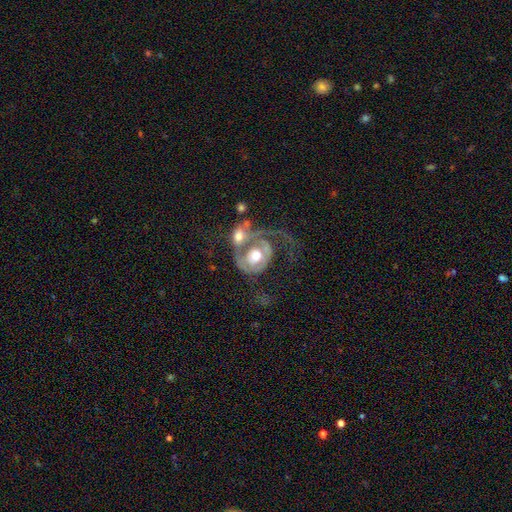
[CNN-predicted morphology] smooth-or-featured: featured or disk: 72% | smooth: 22% | star or artifact: 6%
  disk-edge-on: no: 97% | yes: 3%
    bar: no: 74% | weak: 20% | strong: 5%
    has-spiral-arms: yes: 78% | no: 22%
      spiral-winding: tight: 35% | medium: 33% | loose: 32%
      spiral-arm-count: 2: 40% | 1: 35% | can't tell: 19% | 3: 3% | 4: 2% | more than 4: 2%
    bulge-size: moderate: 62% | large: 25% | small: 9% | dominant: 2% | none: 2%
  merging: merger: 66% | major disturbance: 18% | none: 10% | minor disturbance: 6%